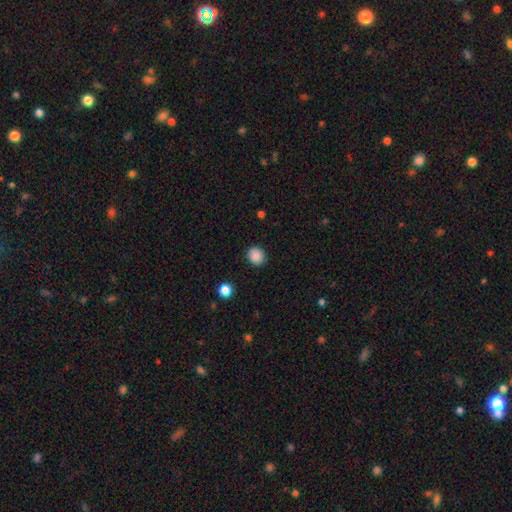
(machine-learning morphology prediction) type=smooth (87%); roundness=round (77%); merging=none (88%).